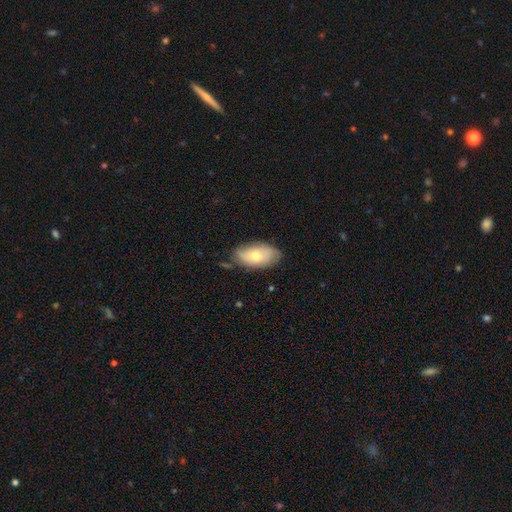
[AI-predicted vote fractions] A smooth galaxy with no disk features (60%) that is in between round and cigar-shaped (93%). Merging: none (69%).